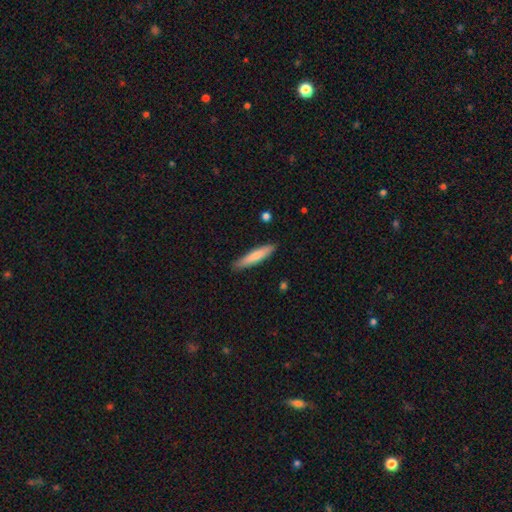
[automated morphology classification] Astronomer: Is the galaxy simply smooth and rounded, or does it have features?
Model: smooth — 73%.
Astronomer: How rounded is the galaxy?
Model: cigar-shaped — 87%.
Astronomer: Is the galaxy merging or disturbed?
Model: none — 87%.